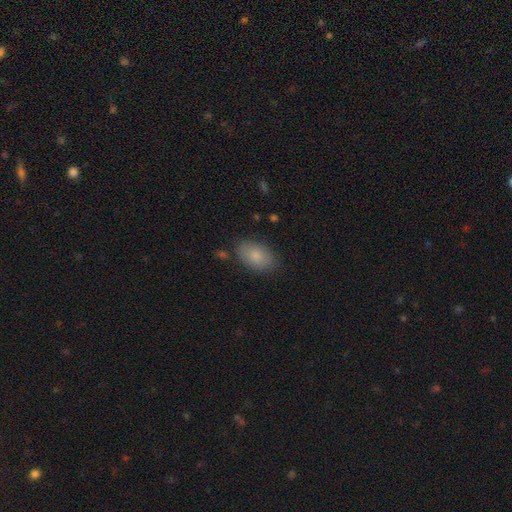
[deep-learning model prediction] A smooth galaxy with no disk features (83%) that is in between round and cigar-shaped (90%). Merging: none (80%).